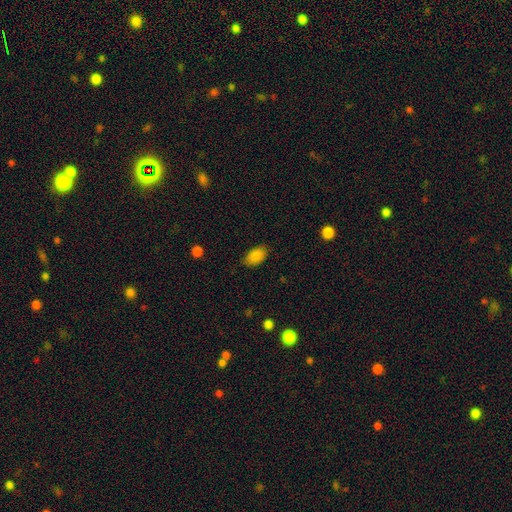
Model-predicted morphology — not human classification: Overall: smooth (87%). How rounded: in between (92%). Merging: none (80%).